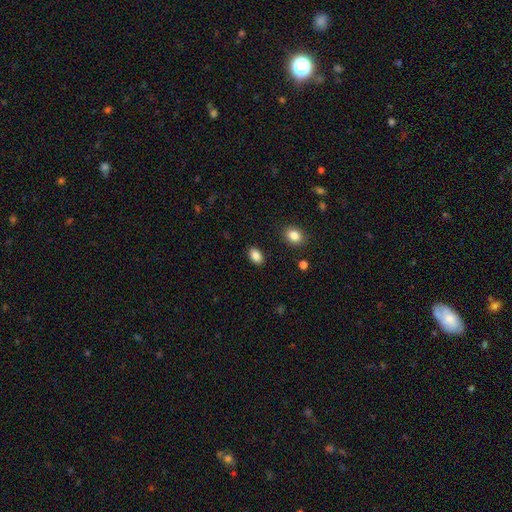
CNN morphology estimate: smooth_or_featured: smooth (p=0.85) [alt: star or artifact p=0.09]
how_rounded: in between (p=0.87) [alt: round p=0.12]
merging: none (p=0.87) [alt: minor disturbance p=0.09]